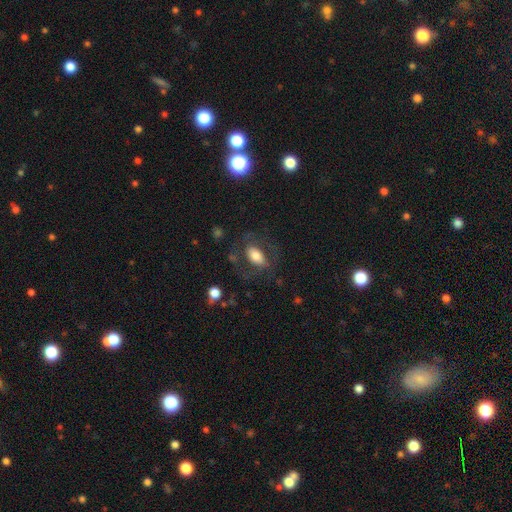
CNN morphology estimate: Overall: smooth (63%; featured or disk 29%). How rounded: in between (88%). Merging: none (63%).